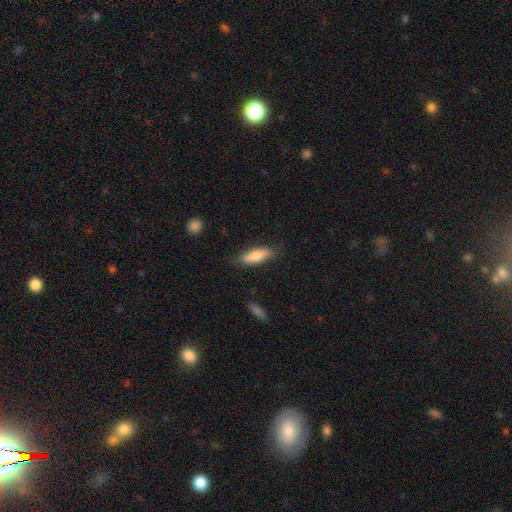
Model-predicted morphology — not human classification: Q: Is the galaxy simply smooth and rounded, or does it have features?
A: smooth — 81%.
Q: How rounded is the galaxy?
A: in between — 56%.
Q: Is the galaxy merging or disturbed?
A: none — 78%.